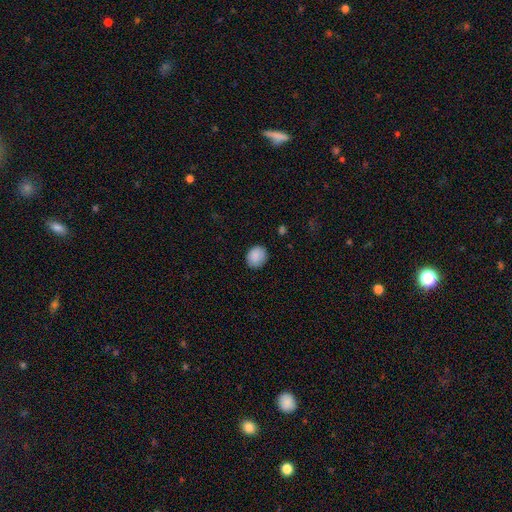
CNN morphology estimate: A smooth galaxy with no disk features (89%) that is round (71%). Merging: none (85%).